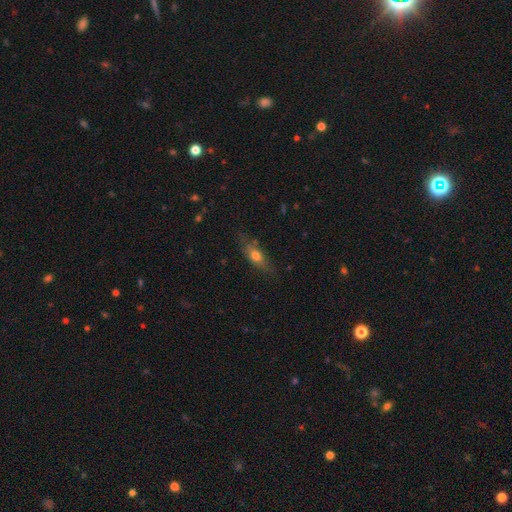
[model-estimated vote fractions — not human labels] The model was most divided on "how rounded": in between: 61%, cigar-shaped: 33%, round: 5%. More confident: merging — none (68%); smooth or featured — smooth (64%).